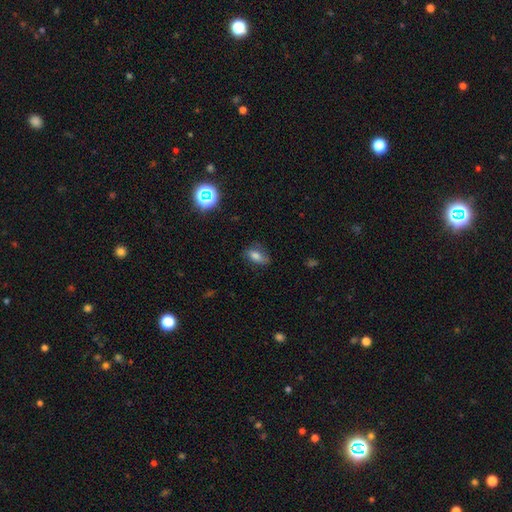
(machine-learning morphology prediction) smooth_or_featured: smooth (p=0.71) [alt: featured or disk p=0.17]
how_rounded: in between (p=0.84) [alt: round p=0.09]
merging: none (p=0.65) [alt: minor disturbance p=0.25]